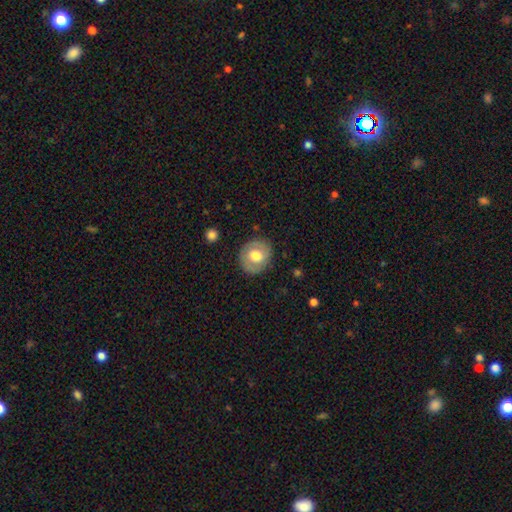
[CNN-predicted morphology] Overall: smooth (57%; featured or disk 36%). How rounded: round (77%). Merging: none (84%).